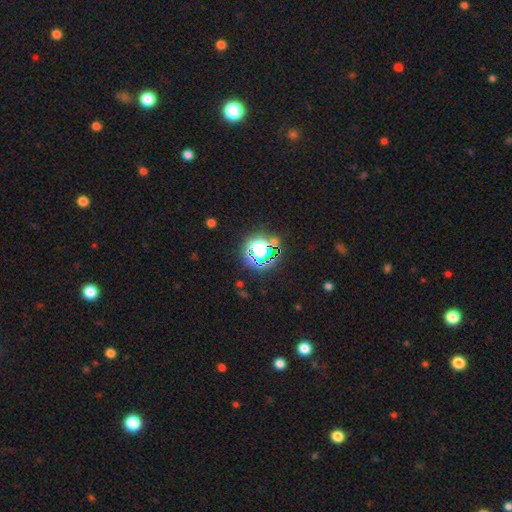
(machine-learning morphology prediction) Smooth or featured? star or artifact (64%)